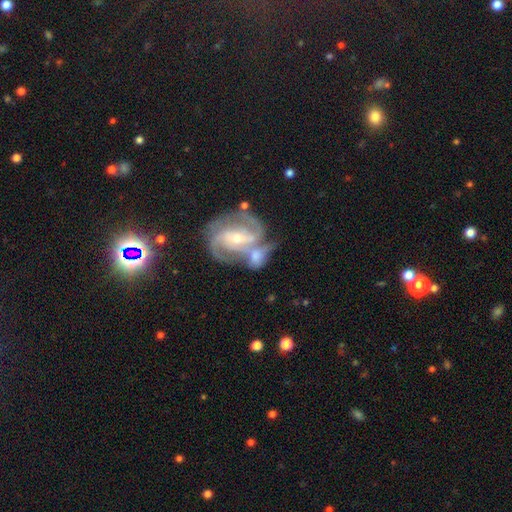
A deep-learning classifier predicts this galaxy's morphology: Smooth or featured: featured or disk — 84% (smooth — 11%)
Edge-on disk: no — 97% (yes — 3%)
Bar: weak — 39% (strong — 30%)
Spiral arms: yes — 95% (no — 5%)
Spiral winding: medium — 53% (tight — 31%)
Spiral arm count: 2 — 55% (3 — 26%)
Bulge size: small — 55% (moderate — 41%)
Merging: merger — 46% (none — 34%)